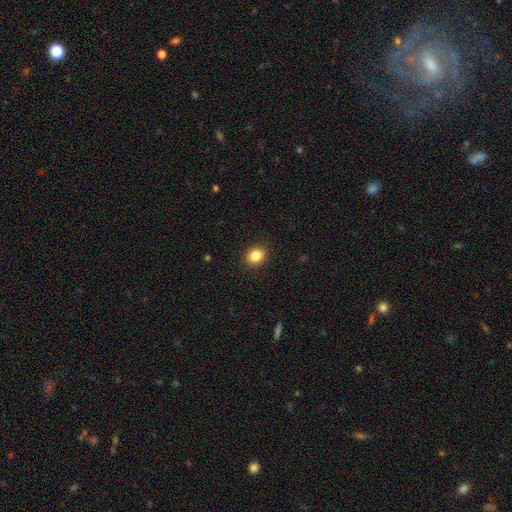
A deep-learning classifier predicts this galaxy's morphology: Smooth or featured? Predicted: smooth (p=0.85). How rounded? Predicted: round (p=0.72). Merging? Predicted: none (p=0.91).